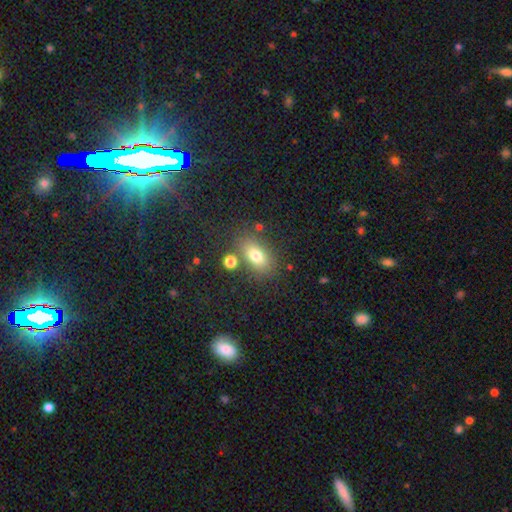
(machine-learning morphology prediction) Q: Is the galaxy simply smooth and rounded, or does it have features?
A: smooth — 75%.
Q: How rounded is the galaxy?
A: in between — 82%.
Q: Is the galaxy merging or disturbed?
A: none — 75%.